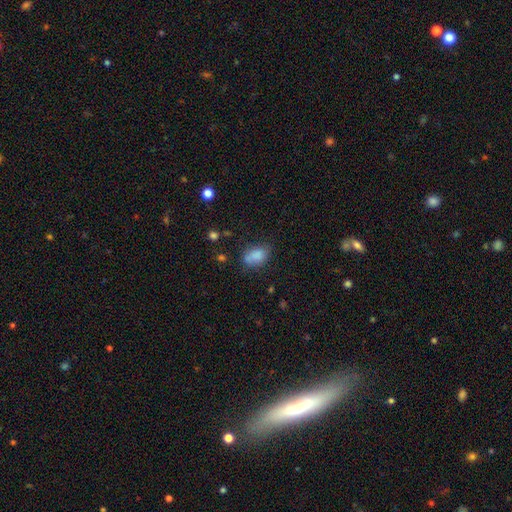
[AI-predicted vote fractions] smooth 81%, star or artifact 10%, featured or disk 9%. Down the decision tree: how rounded — in between (83%); merging — none (57%).